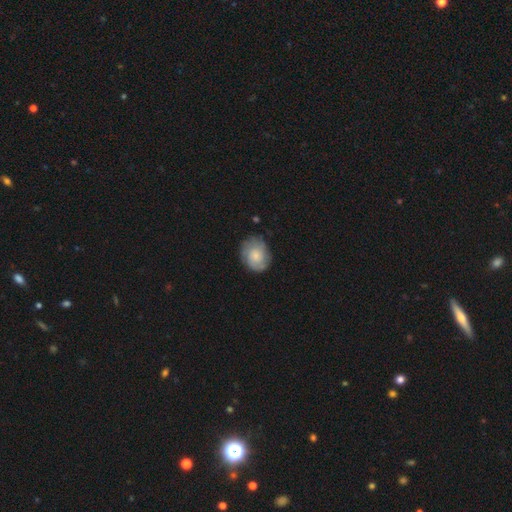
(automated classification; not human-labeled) Smooth or featured: smooth — 52% (featured or disk — 41%)
How rounded: round — 58% (in between — 41%)
Merging: none — 72% (minor disturbance — 21%)